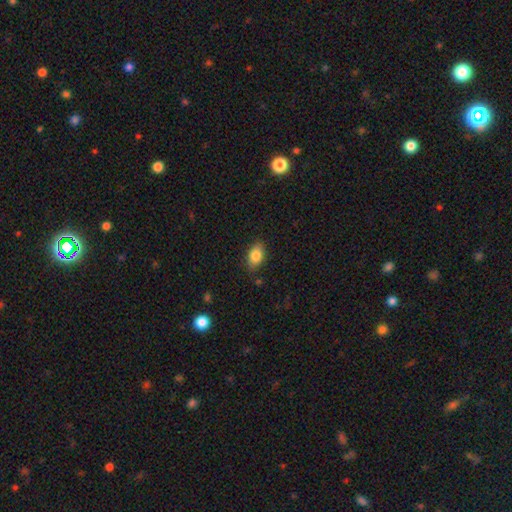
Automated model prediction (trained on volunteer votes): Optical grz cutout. It shows a smooth galaxy with no disk features (83%) that is in between round and cigar-shaped (88%). Merging: none (83%).